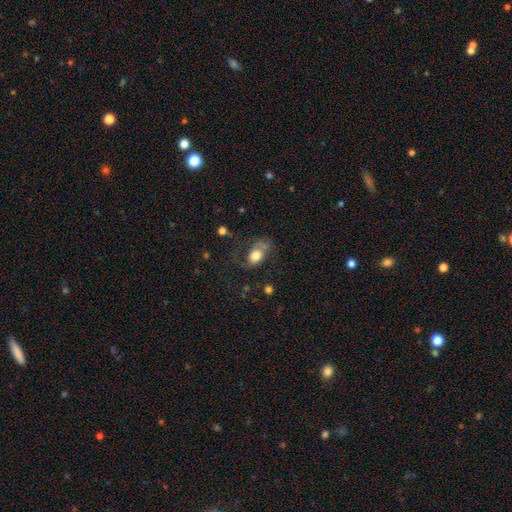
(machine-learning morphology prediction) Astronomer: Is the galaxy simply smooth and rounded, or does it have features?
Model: smooth — 68%.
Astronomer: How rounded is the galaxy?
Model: in between — 81%.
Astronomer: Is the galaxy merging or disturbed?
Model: none — 41% (runner-up: major disturbance, 27%).